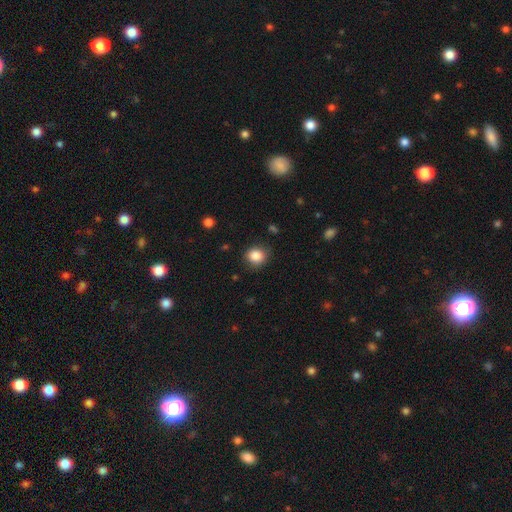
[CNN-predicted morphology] A smooth galaxy with no disk features (86%) that is round (77%). Merging: none (82%).